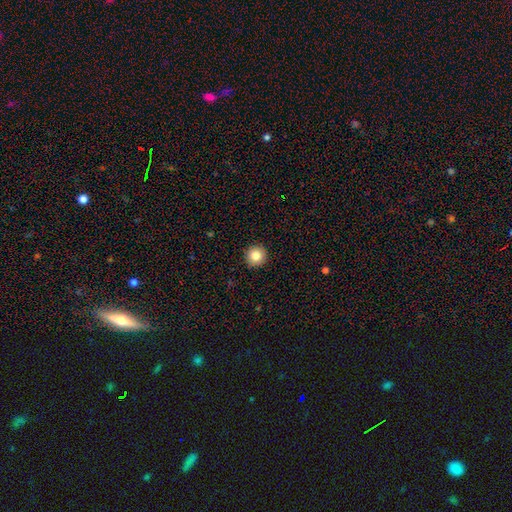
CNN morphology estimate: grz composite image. It shows a smooth galaxy with no disk features (83%) that is round (95%). Merging: none (93%).